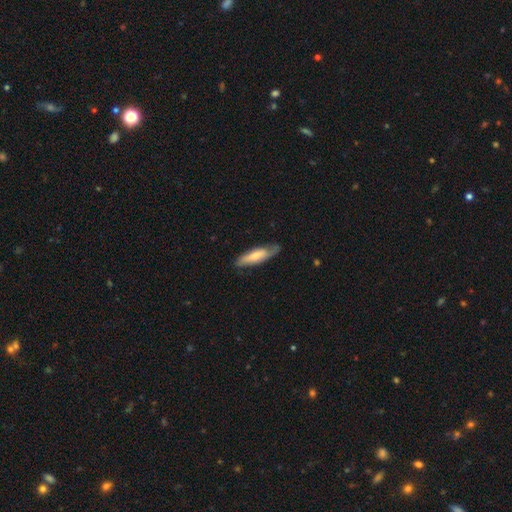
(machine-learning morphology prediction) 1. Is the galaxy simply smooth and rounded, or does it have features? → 57% smooth, 37% featured or disk, 5% star or artifact.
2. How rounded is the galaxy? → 63% cigar-shaped, 36% in between, 2% round.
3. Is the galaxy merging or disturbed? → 68% none, 24% minor disturbance, 6% major disturbance, 1% merger.